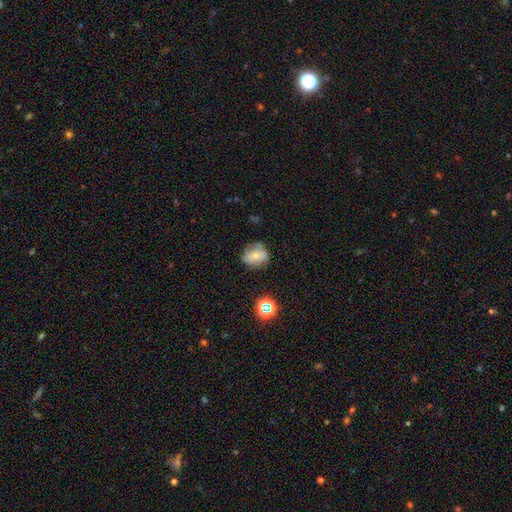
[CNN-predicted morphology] A smooth galaxy with no disk features (63%) that is round (69%). Merging: none (67%).